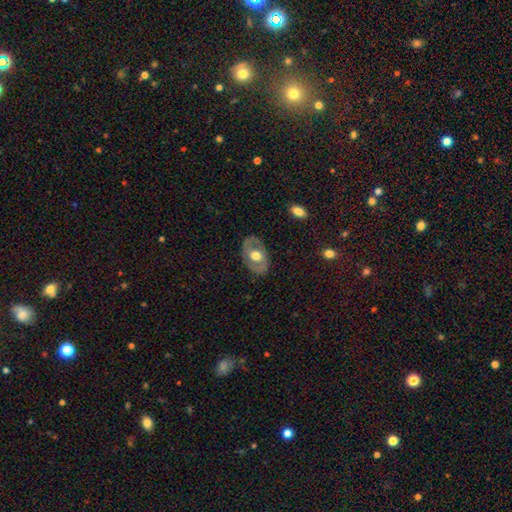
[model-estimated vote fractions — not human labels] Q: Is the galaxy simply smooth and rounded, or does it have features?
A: featured or disk — 55%.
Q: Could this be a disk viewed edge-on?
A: no — 91%.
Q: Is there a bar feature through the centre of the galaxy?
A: no — 75%.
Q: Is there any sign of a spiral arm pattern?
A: no — 72%.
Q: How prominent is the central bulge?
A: moderate — 64%.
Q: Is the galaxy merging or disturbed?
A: none — 79%.